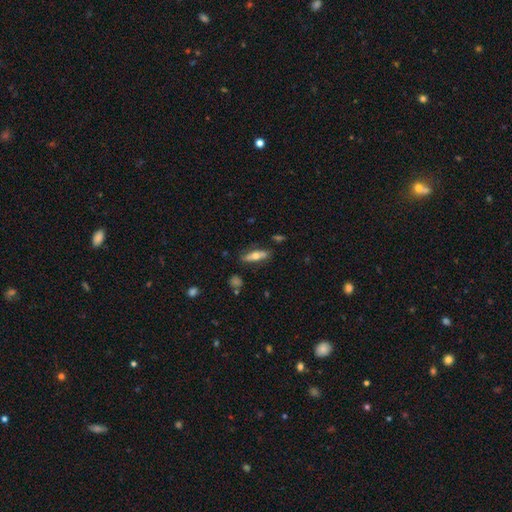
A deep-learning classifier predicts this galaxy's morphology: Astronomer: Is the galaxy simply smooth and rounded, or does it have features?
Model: smooth — 54% (runner-up: featured or disk, 39%).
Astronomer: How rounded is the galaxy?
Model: cigar-shaped — 50% (runner-up: in between, 47%).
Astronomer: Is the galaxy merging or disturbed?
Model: none — 75%.